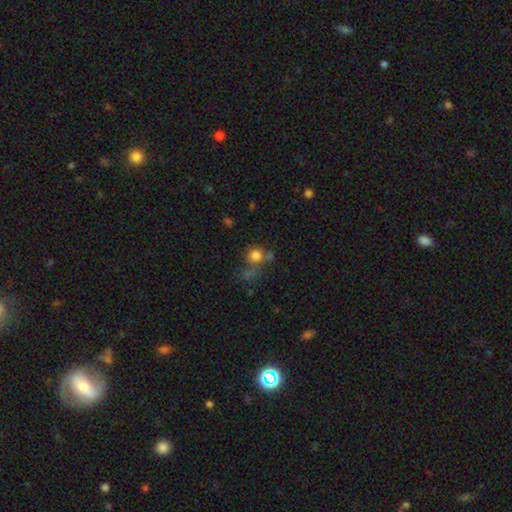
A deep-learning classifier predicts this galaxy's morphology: A smooth galaxy with no disk features (78%) that is round (88%).

Vote fractions:
- Smooth or featured? smooth: 78% / star or artifact: 14% / featured or disk: 8%
- How rounded? round: 88% / in between: 11% / cigar-shaped: 1%
- Merging? none: 54% / merger: 22% / minor disturbance: 13% / major disturbance: 11%